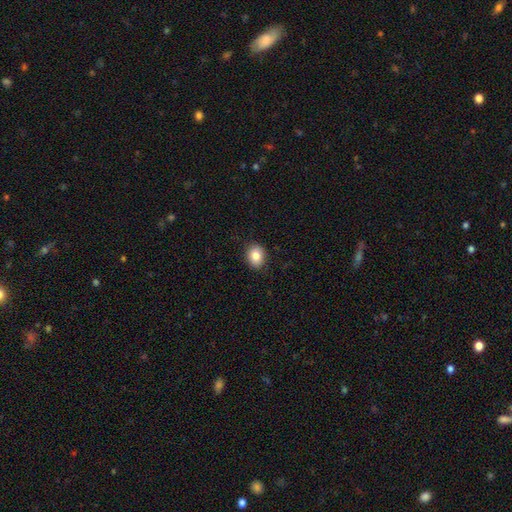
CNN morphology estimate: Smooth or featured: smooth — 83% (star or artifact — 9%)
How rounded: round — 50% (in between — 49%)
Merging: none — 88% (minor disturbance — 9%)